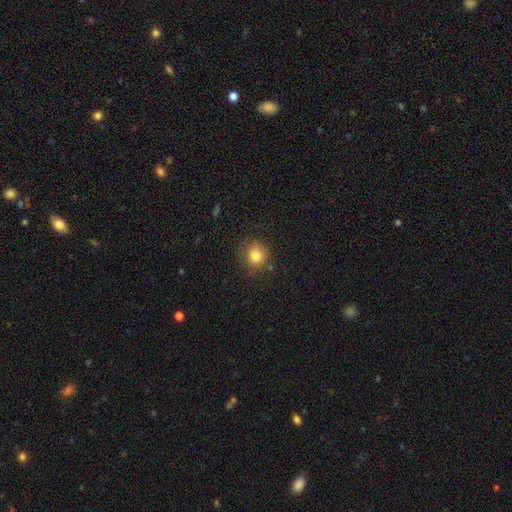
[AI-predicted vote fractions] Morphology: type=smooth (80%); roundness=round (82%); merging=none (81%).